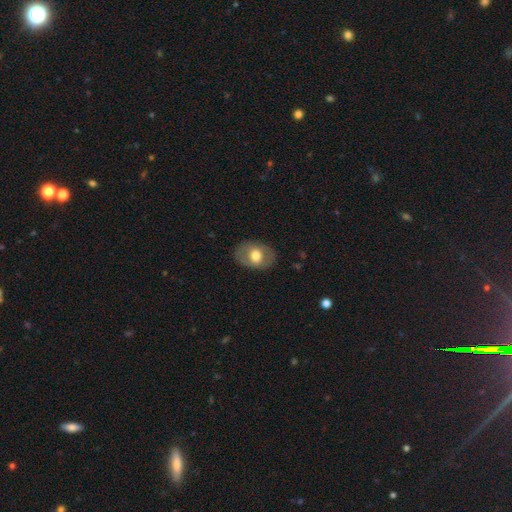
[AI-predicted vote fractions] Smooth or featured? Predicted: smooth (p=0.60). How rounded? Predicted: in between (p=0.74). Merging? Predicted: none (p=0.82).